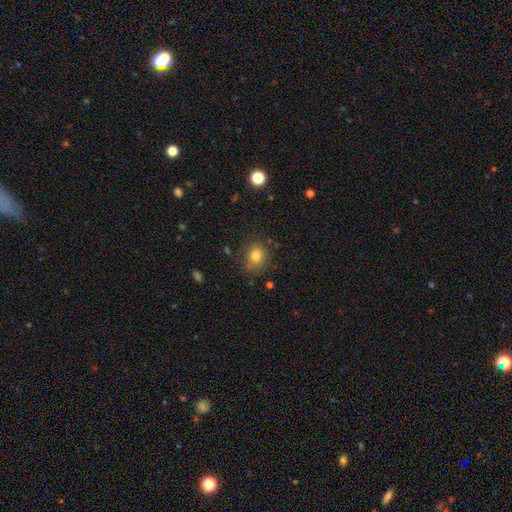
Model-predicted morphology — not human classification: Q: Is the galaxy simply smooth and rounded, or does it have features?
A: smooth — 80%.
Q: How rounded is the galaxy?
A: round — 67%.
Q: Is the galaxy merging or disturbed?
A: none — 79%.